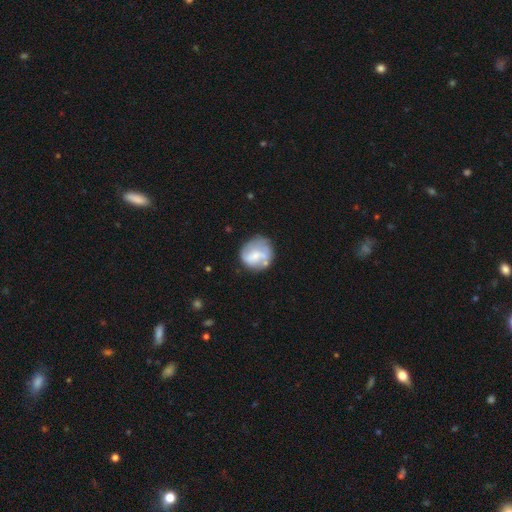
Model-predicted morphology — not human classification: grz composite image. It shows a smooth galaxy with no disk features (50%). Merging: none (53%).